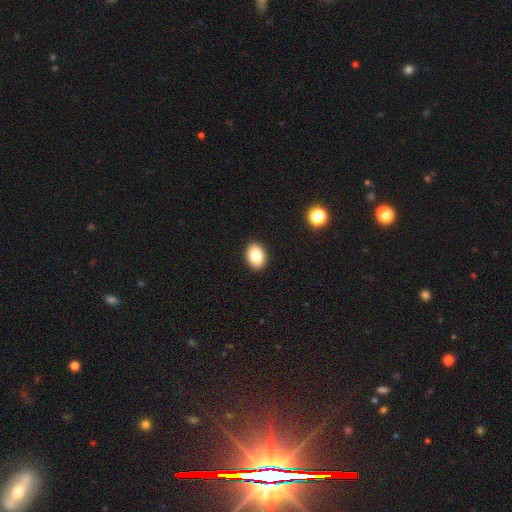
Smooth or featured?
  - smooth: 97% *
  - star or artifact: 3%
  - featured or disk: 0%
How rounded?
  - in between: 79% *
  - round: 21%
  - cigar-shaped: 0%
Merging?
  - none: 92% *
  - minor disturbance: 8%
  - major disturbance: 0%
  - merger: 0%